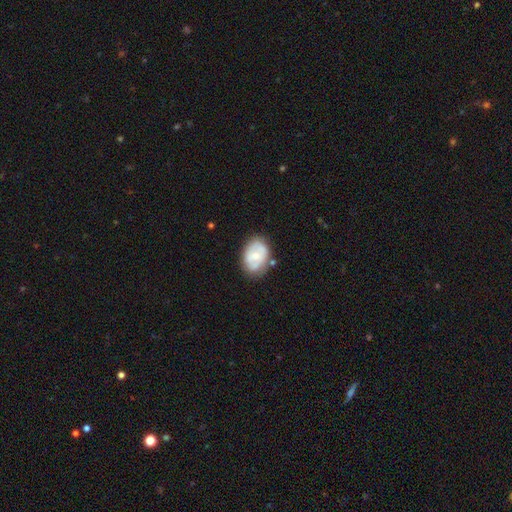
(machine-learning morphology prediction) smooth 47% (tied), featured or disk 47% (tied), star or artifact 6%. Down the decision tree: merging — none (66%).